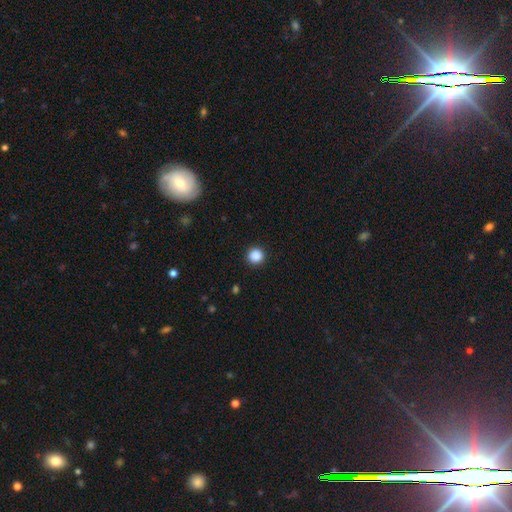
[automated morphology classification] A smooth galaxy with no disk features (88%) that is round (94%).

Vote fractions:
- Smooth or featured? smooth: 88% / star or artifact: 10% / featured or disk: 2%
- How rounded? round: 94% / in between: 5% / cigar-shaped: 1%
- Merging? none: 92% / minor disturbance: 5% / major disturbance: 2% / merger: 1%